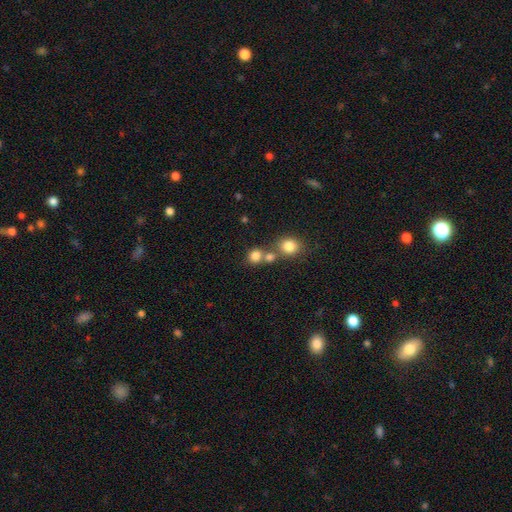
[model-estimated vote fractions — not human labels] Smooth or featured? smooth (80%)
How rounded? round (83%)
Merging? none (54%)